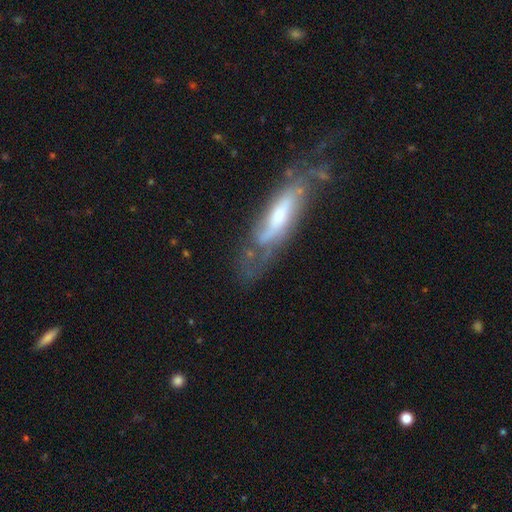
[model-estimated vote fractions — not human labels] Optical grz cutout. It shows a featured or disk galaxy (72%). Merging: none (56%).